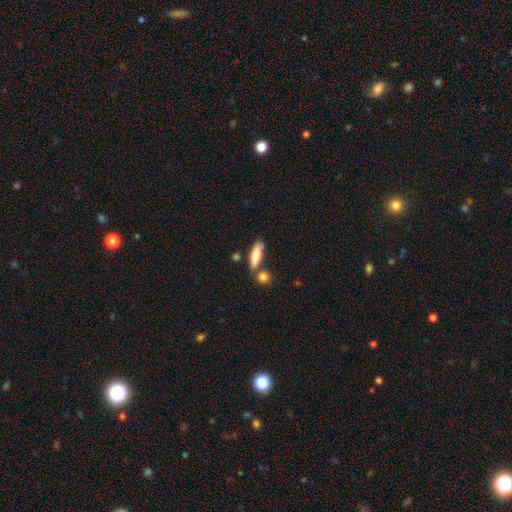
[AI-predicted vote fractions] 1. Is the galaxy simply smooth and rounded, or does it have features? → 76% smooth, 18% featured or disk, 6% star or artifact.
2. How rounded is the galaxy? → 55% cigar-shaped, 42% in between, 3% round.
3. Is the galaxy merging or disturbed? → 63% none, 17% minor disturbance, 16% merger, 5% major disturbance.